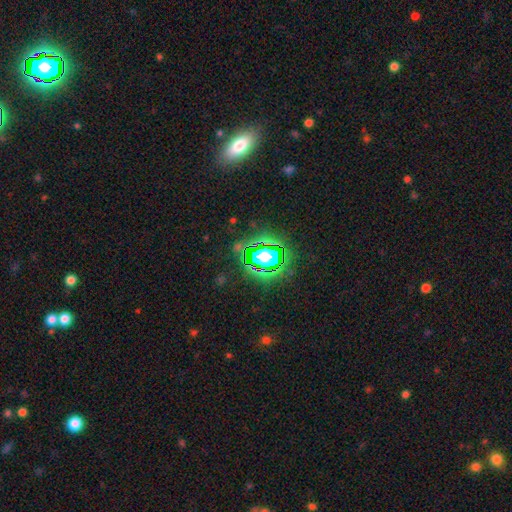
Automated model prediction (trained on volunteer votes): The model was most divided on "smooth or featured": star or artifact: 74%, smooth: 16%, featured or disk: 10%.